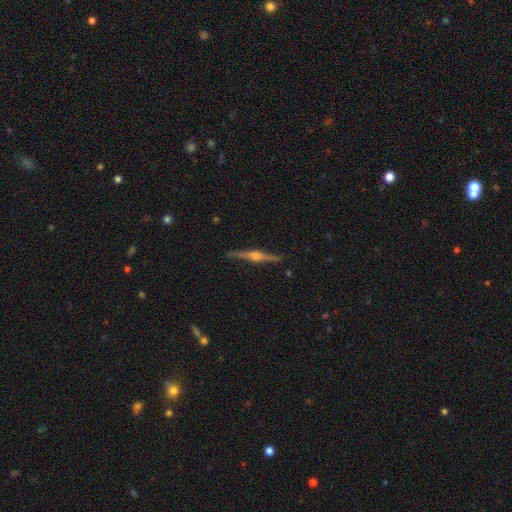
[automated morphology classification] A featured or disk galaxy (86%) viewed edge-on (98%) with a rounded central bulge (91%). Merging: none (90%).